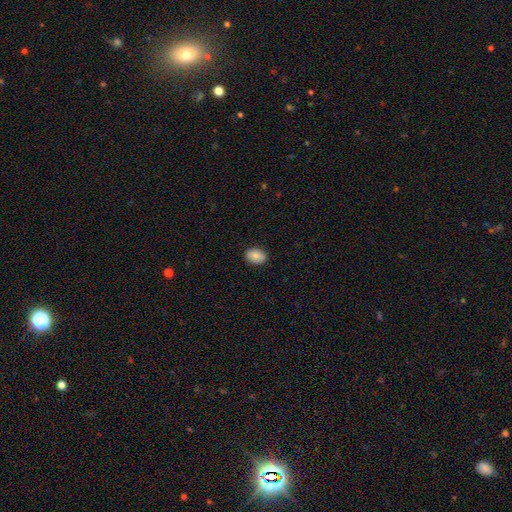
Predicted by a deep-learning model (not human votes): Smooth or featured? smooth (83%)
How rounded? in between (76%)
Merging? none (89%)